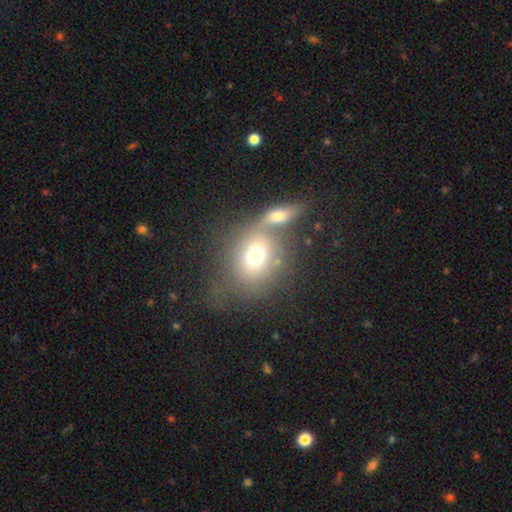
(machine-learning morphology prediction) A smooth galaxy with no disk features (67%) that is round (54%).

Vote fractions:
- Smooth or featured? smooth: 67% / featured or disk: 22% / star or artifact: 10%
- How rounded? round: 54% / in between: 44% / cigar-shaped: 2%
- Merging? merger: 53% / none: 28% / major disturbance: 10% / minor disturbance: 9%